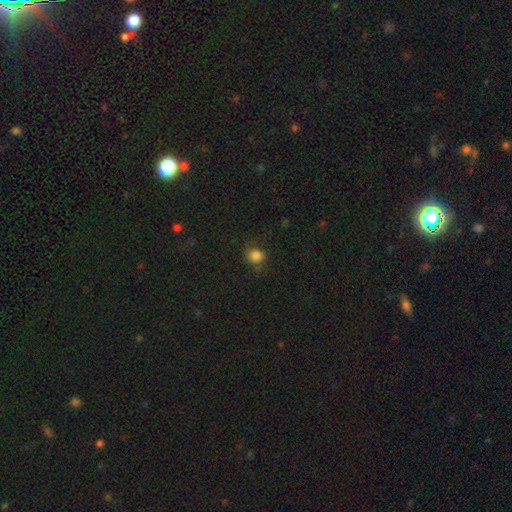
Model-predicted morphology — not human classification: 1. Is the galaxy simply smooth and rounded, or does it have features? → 80% smooth, 13% star or artifact, 7% featured or disk.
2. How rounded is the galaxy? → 84% round, 15% in between, 1% cigar-shaped.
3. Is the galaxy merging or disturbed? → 70% none, 19% minor disturbance, 9% major disturbance, 2% merger.